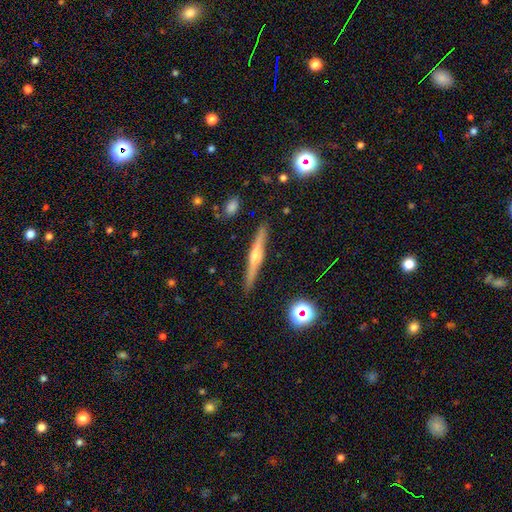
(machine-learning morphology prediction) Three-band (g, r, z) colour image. It shows a featured or disk galaxy (73%) viewed edge-on (98%) with a rounded central bulge (90%). Merging: none (91%).